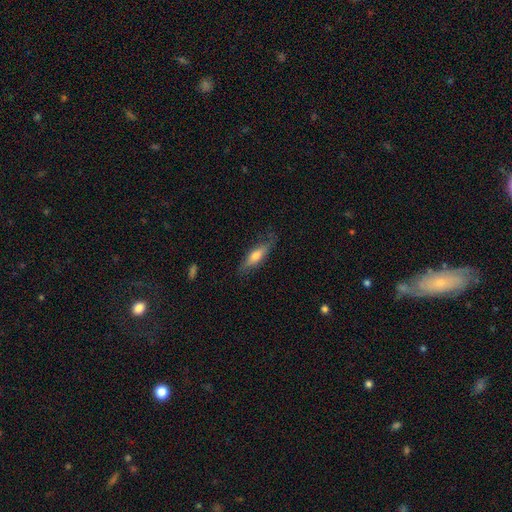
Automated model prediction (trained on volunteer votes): Overall: smooth (61%; featured or disk 33%). How rounded: cigar-shaped (57%; in between 40%). Merging: none (71%).